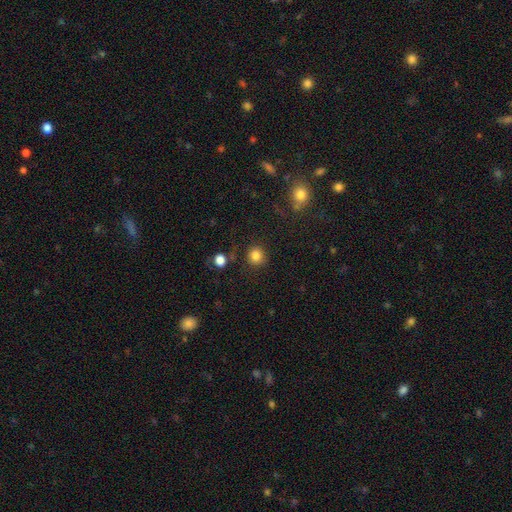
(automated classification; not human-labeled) Overall: smooth (83%). How rounded: round (91%). Merging: none (85%).